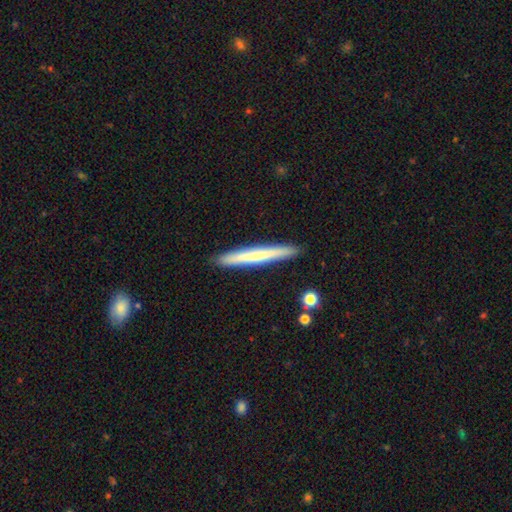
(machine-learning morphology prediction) smooth 58%, featured or disk 36%, star or artifact 6%. Down the decision tree: how rounded — cigar-shaped (97%); merging — none (91%).